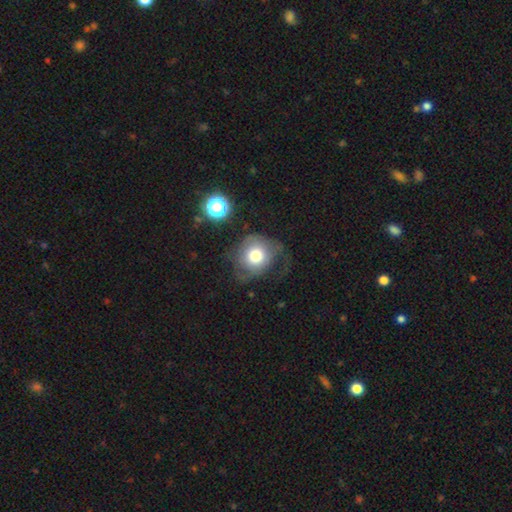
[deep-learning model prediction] Smooth or featured? smooth (62%)
How rounded? round (82%)
Merging? none (44%)